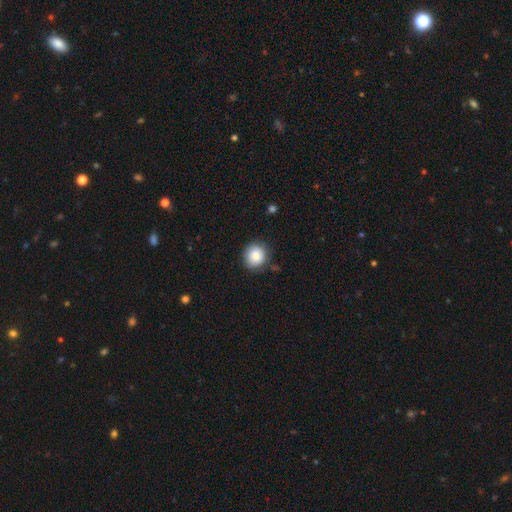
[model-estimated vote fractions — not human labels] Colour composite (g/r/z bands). It shows a smooth galaxy with no disk features (86%) that is round (86%). Merging: none (84%).